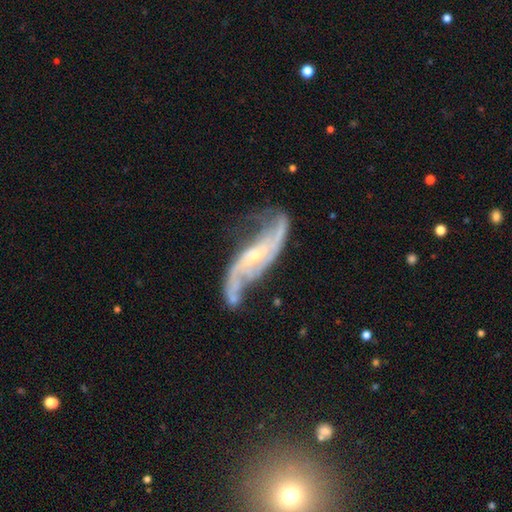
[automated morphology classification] Smooth or featured? featured or disk (88%)
Edge-on disk? no (90%)
Bar? no (44%)
Spiral arms? yes (96%)
Spiral winding? loose (59%)
Spiral arm count? 2 (85%)
Bulge size? small (68%)
Merging? none (56%)